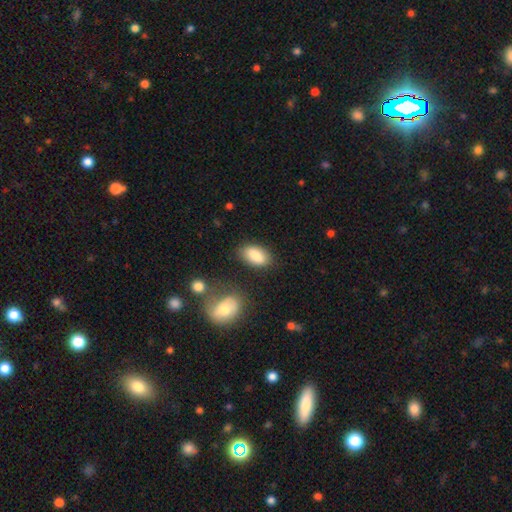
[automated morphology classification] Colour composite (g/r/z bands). It shows a smooth galaxy with no disk features (87%) that is in between round and cigar-shaped (93%). Merging: none (78%).